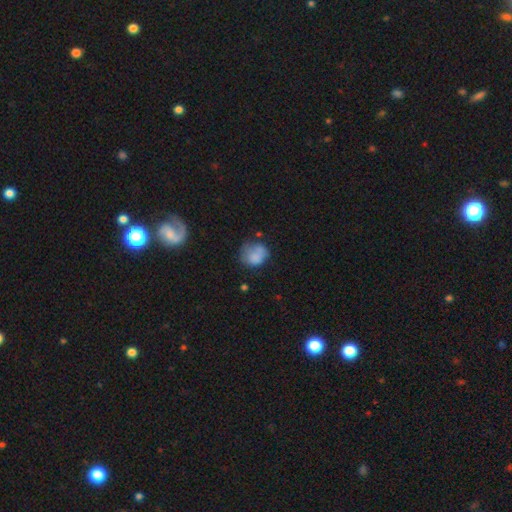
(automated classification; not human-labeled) Smooth or featured: smooth — 73% (featured or disk — 17%)
How rounded: round — 66% (in between — 33%)
Merging: none — 42% (minor disturbance — 30%)